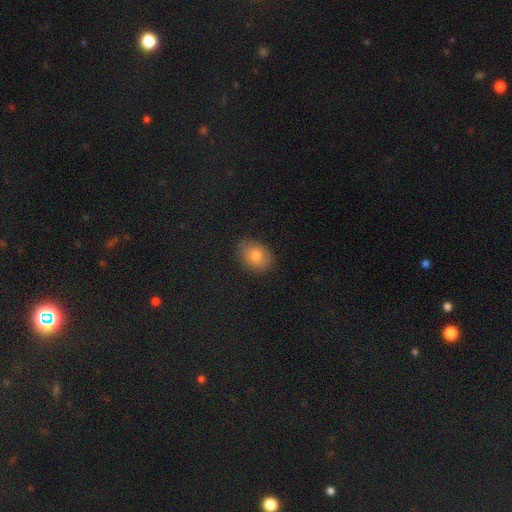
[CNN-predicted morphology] Smooth or featured: smooth — 78% (featured or disk — 12%)
How rounded: in between — 63% (round — 36%)
Merging: none — 80% (minor disturbance — 16%)